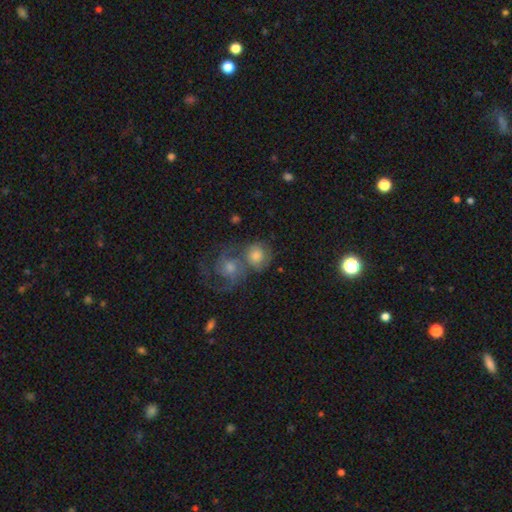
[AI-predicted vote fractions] featured or disk 53%, smooth 36%, star or artifact 11%. Down the decision tree: edge-on disk — no (97%); bar — no (71%); spiral arms — yes (88%); bulge size — moderate (55%); merging — merger (50%).